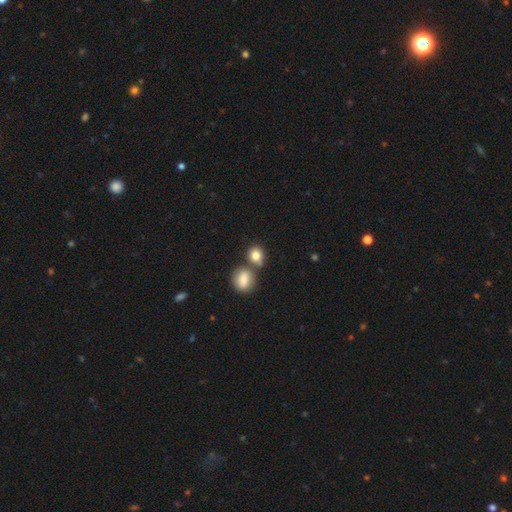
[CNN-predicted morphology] This is clearly a smooth galaxy (83%). How rounded: likely round (77%). Merging: possibly none (54%).